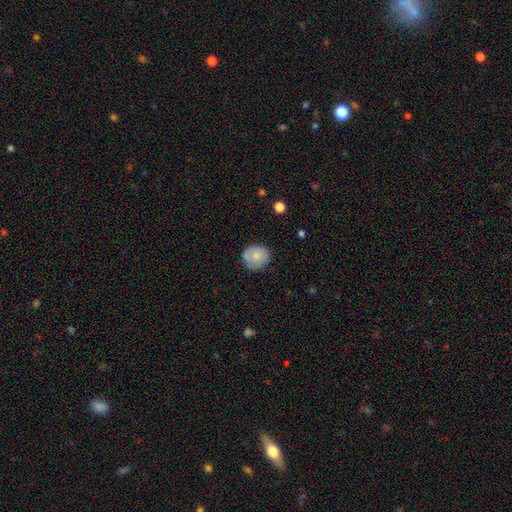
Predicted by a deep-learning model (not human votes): Overall: smooth (74%). How rounded: round (81%). Merging: none (73%).